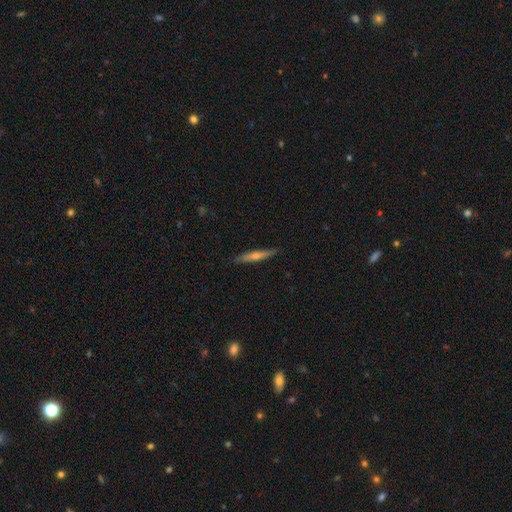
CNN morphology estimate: Smooth or featured?
  - featured or disk: 61% *
  - smooth: 32%
  - star or artifact: 7%
Edge-on disk?
  - yes: 96% *
  - no: 4%
Edge-on bulge?
  - rounded: 81% *
  - none: 15%
  - boxy: 4%
Merging?
  - none: 89% *
  - minor disturbance: 9%
  - major disturbance: 1%
  - merger: 1%